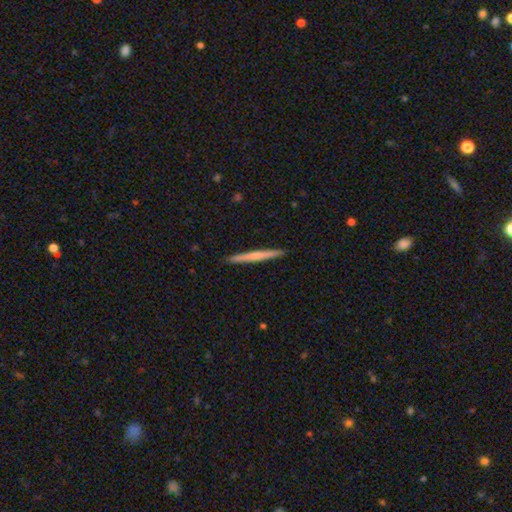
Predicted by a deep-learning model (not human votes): smooth_or_featured: smooth (p=0.53) [alt: featured or disk p=0.42]
how_rounded: cigar-shaped (p=0.97) [alt: in between p=0.02]
merging: none (p=0.92) [alt: minor disturbance p=0.06]